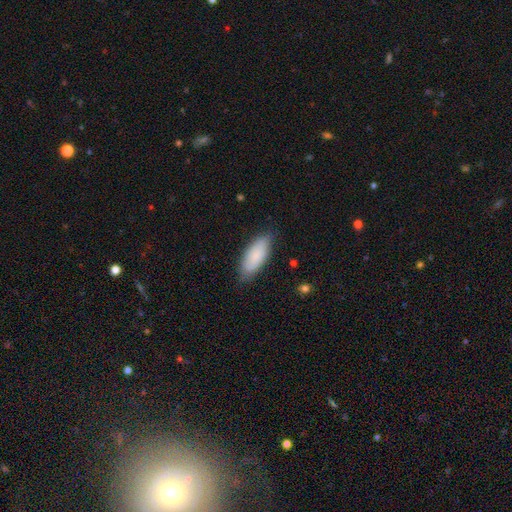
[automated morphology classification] This appears to be a smooth galaxy with no disk features (81%) that is in between round and cigar-shaped (83%). Merging: none (78%).